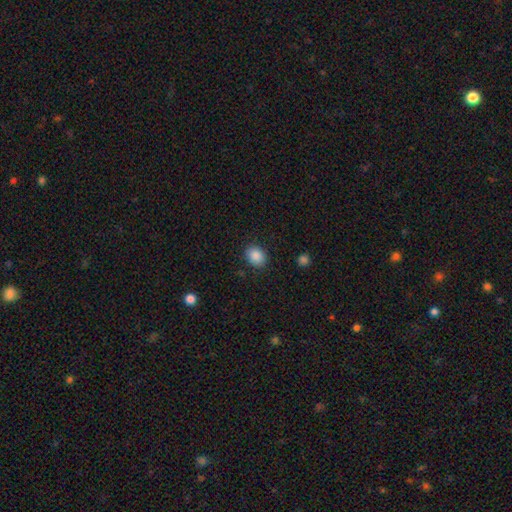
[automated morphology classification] type=smooth (88%); roundness=round (51%); merging=none (87%).